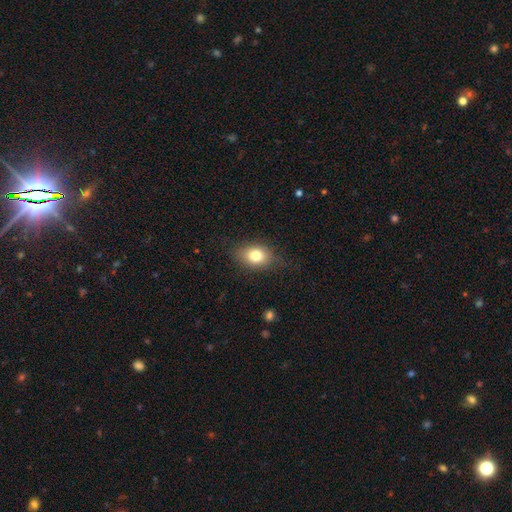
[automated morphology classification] The model was most divided on "how rounded": in between: 69%, round: 29%, cigar-shaped: 2%. More confident: smooth or featured — smooth (79%); merging — none (78%).